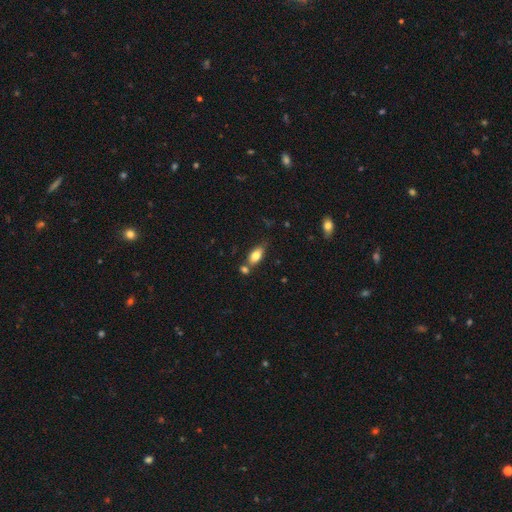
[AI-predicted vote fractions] A smooth galaxy with no disk features (77%) that is in between round and cigar-shaped (86%).

Vote fractions:
- Smooth or featured? smooth: 77% / featured or disk: 15% / star or artifact: 8%
- How rounded? in between: 86% / cigar-shaped: 9% / round: 5%
- Merging? none: 58% / merger: 21% / minor disturbance: 17% / major disturbance: 5%